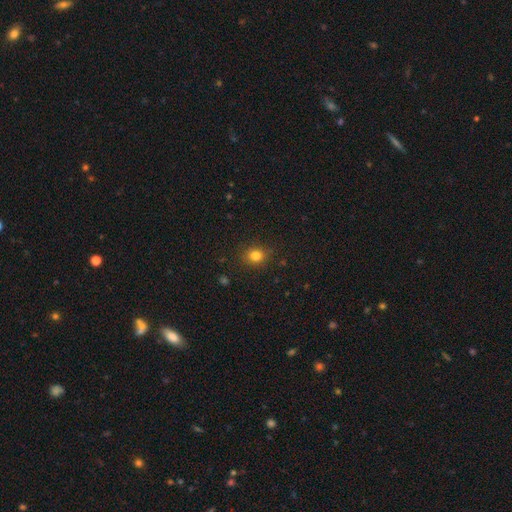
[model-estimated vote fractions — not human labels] smooth_or_featured: smooth (p=0.81) [alt: star or artifact p=0.13]
how_rounded: round (p=0.70) [alt: in between p=0.29]
merging: none (p=0.88) [alt: minor disturbance p=0.09]